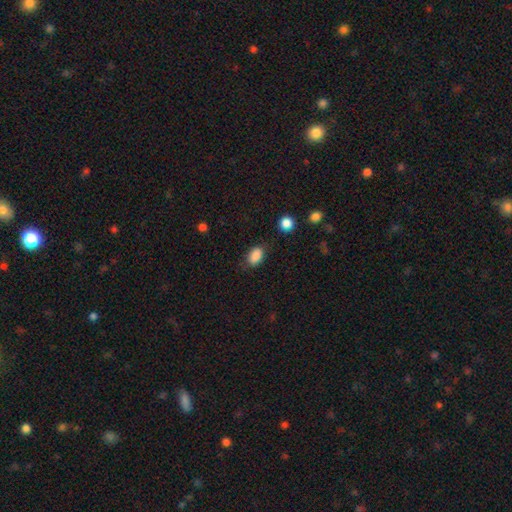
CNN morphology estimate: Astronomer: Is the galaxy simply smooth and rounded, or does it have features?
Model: smooth — 87%.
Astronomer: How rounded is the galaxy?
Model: in between — 83%.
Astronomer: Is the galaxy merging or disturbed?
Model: none — 76%.